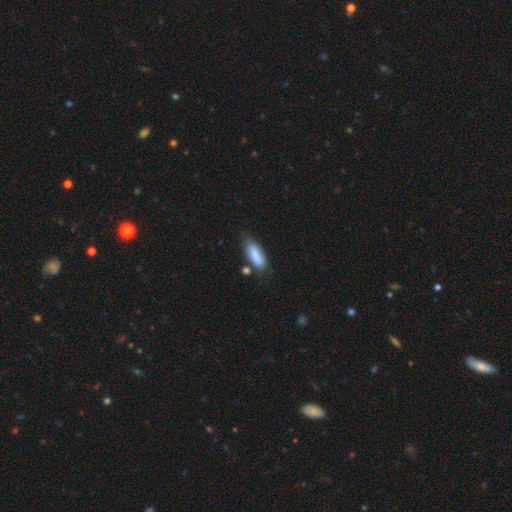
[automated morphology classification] Q: Smooth or featured?
A: smooth (85%); runner-up: featured or disk (9%)
Q: How rounded?
A: in between (61%); runner-up: cigar-shaped (37%)
Q: Merging?
A: none (61%); runner-up: minor disturbance (24%)